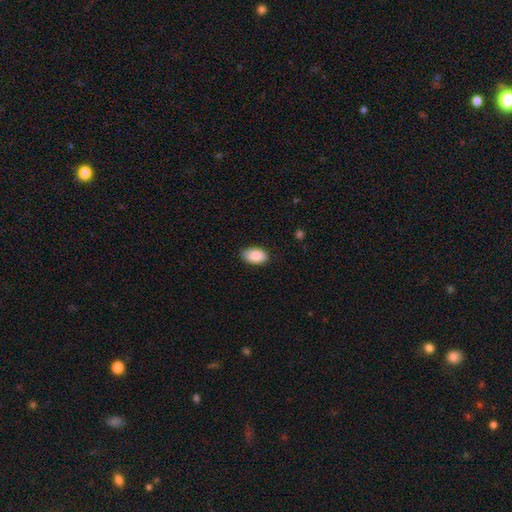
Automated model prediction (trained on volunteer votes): Smooth or featured? smooth (89%)
How rounded? in between (92%)
Merging? none (80%)